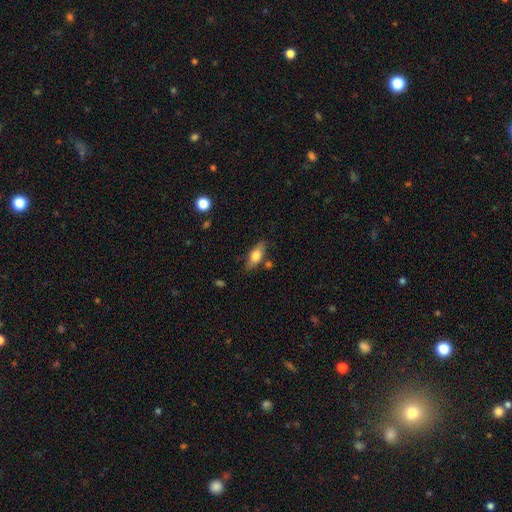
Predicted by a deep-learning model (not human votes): This is likely a smooth galaxy (69%). How rounded: likely in between (79%). Merging: likely none (76%).